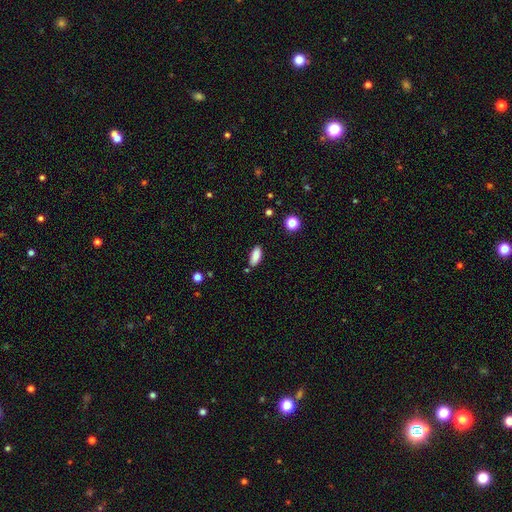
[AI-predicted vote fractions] This is clearly a smooth galaxy (87%). How rounded: clearly in between (83%). Merging: clearly none (80%).